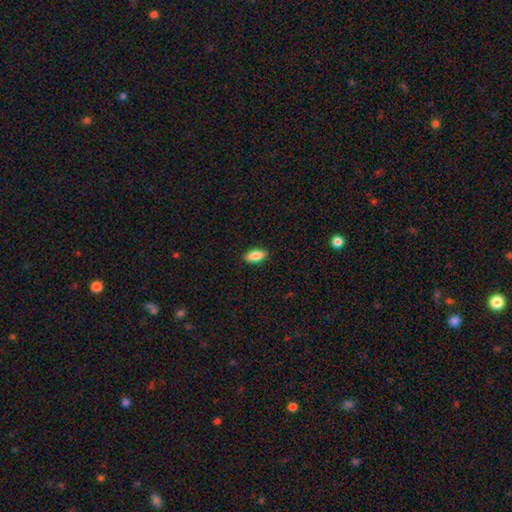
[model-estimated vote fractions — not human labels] This appears to be a smooth galaxy with no disk features (84%) that is in between round and cigar-shaped (89%). Merging: none (88%).